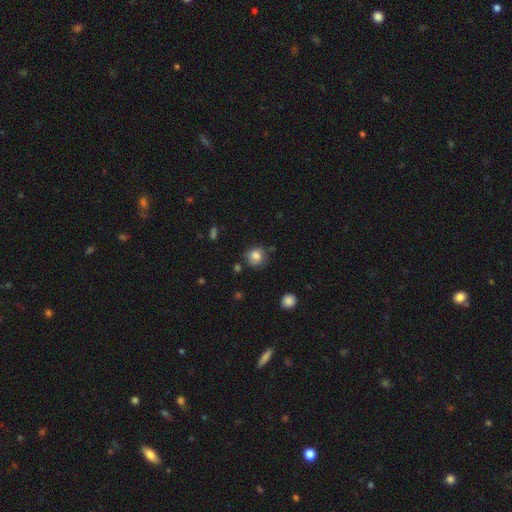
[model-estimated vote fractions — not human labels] This is clearly a smooth galaxy (80%). How rounded: clearly round (80%). Merging: likely none (72%).